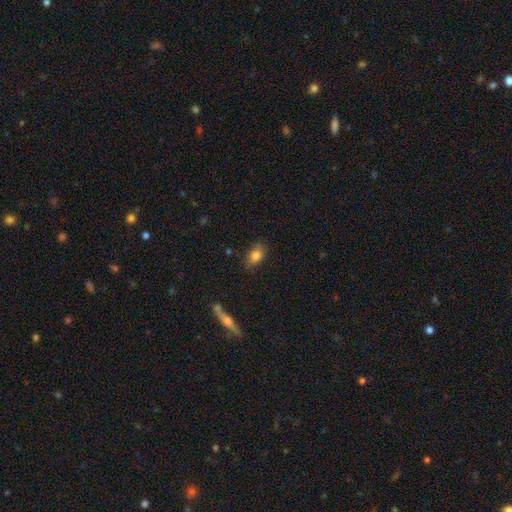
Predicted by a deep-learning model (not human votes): Smooth or featured: smooth — 80% (featured or disk — 10%)
How rounded: in between — 76% (round — 21%)
Merging: none — 75% (minor disturbance — 19%)